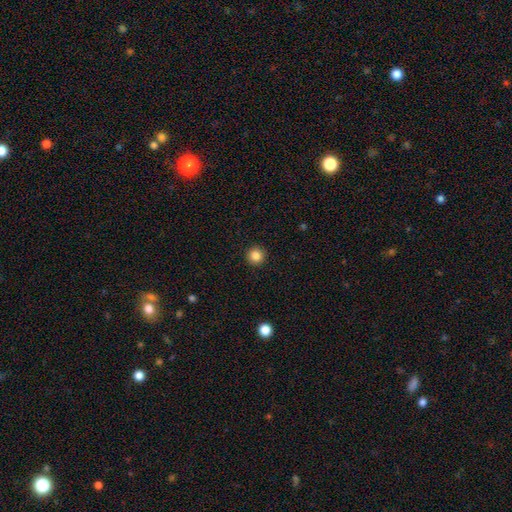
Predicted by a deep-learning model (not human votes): Q: Smooth or featured?
A: smooth (84%); runner-up: star or artifact (11%)
Q: How rounded?
A: round (95%); runner-up: in between (4%)
Q: Merging?
A: none (93%); runner-up: minor disturbance (4%)